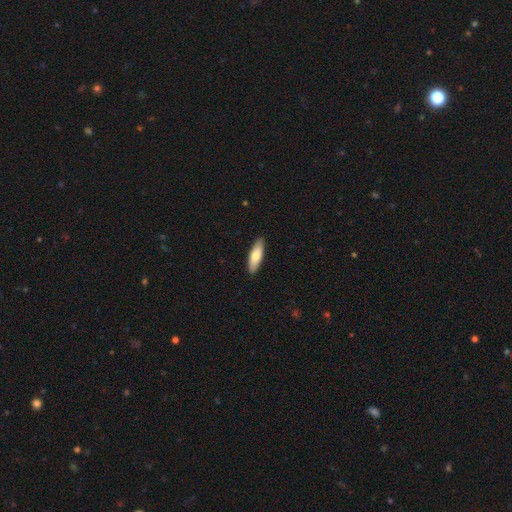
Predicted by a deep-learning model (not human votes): A smooth galaxy with no disk features (77%) that is cigar-shaped (51%). Merging: none (90%).